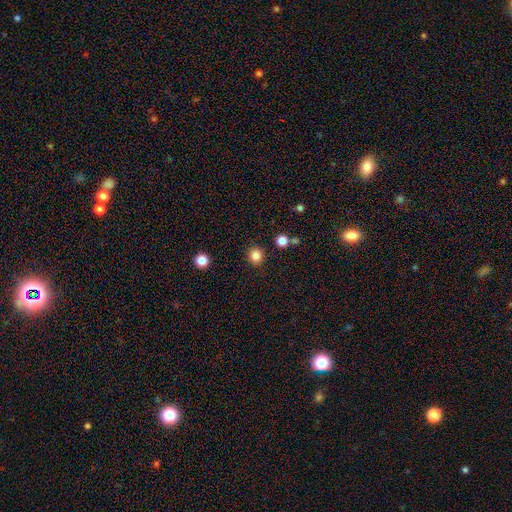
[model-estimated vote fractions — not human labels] This appears to be a smooth galaxy with no disk features (84%) that is round (91%). Merging: none (90%).